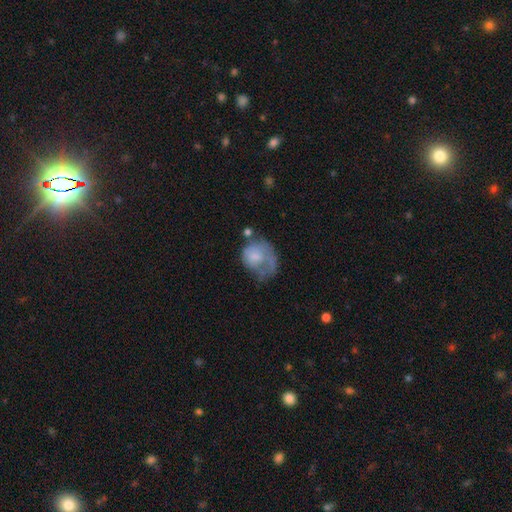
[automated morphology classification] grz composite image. It shows a smooth galaxy with no disk features (55%) that is round (58%). Merging: major disturbance (41%).